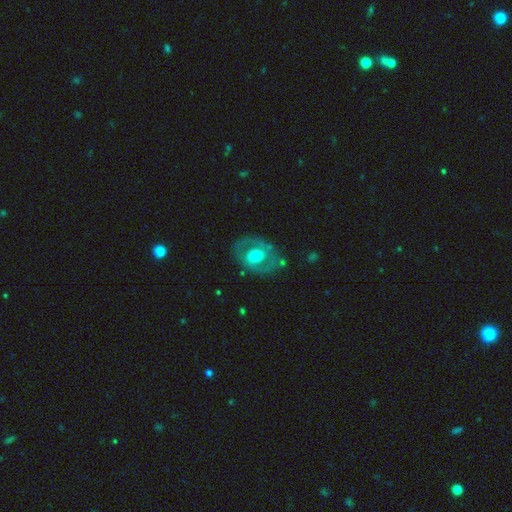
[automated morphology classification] smooth_or_featured: featured or disk (p=0.62) [alt: smooth p=0.32]
disk_edge_on: no (p=0.95) [alt: yes p=0.05]
bar: no (p=0.65) [alt: weak p=0.26]
has_spiral_arms: no (p=0.60) [alt: yes p=0.40]
bulge_size: moderate (p=0.69) [alt: large p=0.17]
merging: none (p=0.73) [alt: minor disturbance p=0.16]